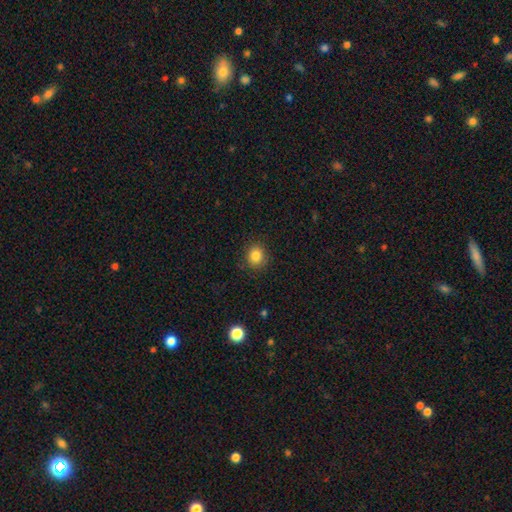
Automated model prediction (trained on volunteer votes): smooth 84%, star or artifact 11%, featured or disk 5%. Down the decision tree: how rounded — round (81%); merging — none (88%).